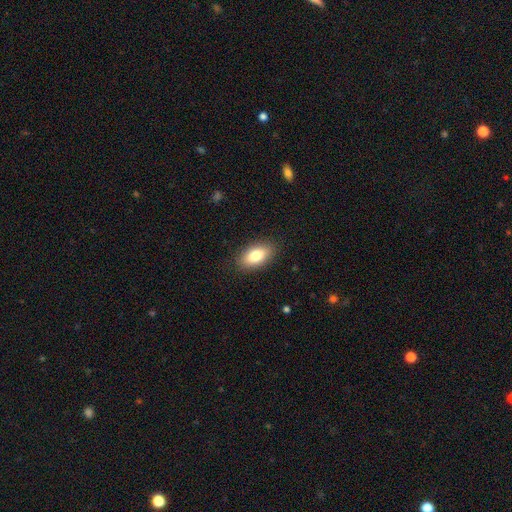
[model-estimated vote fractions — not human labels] This is clearly a smooth galaxy (83%). How rounded: clearly in between (92%). Merging: clearly none (88%).